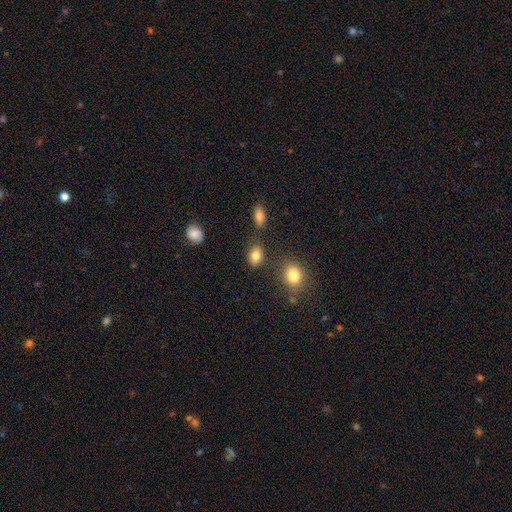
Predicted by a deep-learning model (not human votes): smooth 82%, star or artifact 10%, featured or disk 8%. Down the decision tree: how rounded — in between (77%); merging — none (75%).